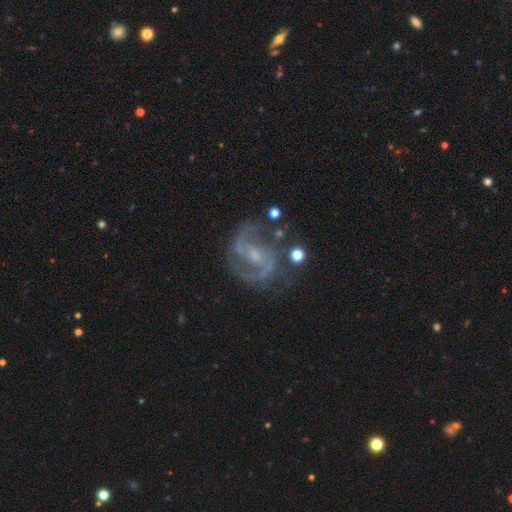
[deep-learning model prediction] smooth-or-featured: featured or disk: 87% | star or artifact: 8% | smooth: 5%
  disk-edge-on: no: 98% | yes: 2%
    bar: weak: 52% | no: 26% | strong: 22%
    has-spiral-arms: yes: 95% | no: 5%
      spiral-winding: medium: 57% | loose: 24% | tight: 19%
      spiral-arm-count: 2: 82% | can't tell: 6% | 3: 5% | 1: 3% | 4: 2% | more than 4: 2%
    bulge-size: small: 67% | moderate: 23% | none: 8% | large: 1% | dominant: 1%
  merging: none: 65% | minor disturbance: 18% | major disturbance: 12% | merger: 5%